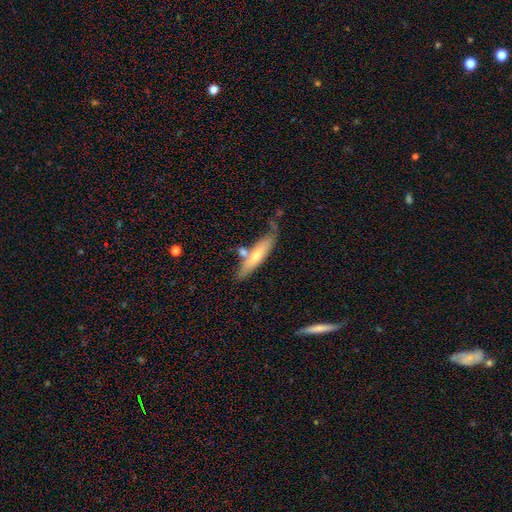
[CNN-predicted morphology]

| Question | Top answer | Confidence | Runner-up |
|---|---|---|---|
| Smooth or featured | smooth | 53% | featured or disk (41%) |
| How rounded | cigar-shaped | 79% | in between (19%) |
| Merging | none | 63% | minor disturbance (19%) |